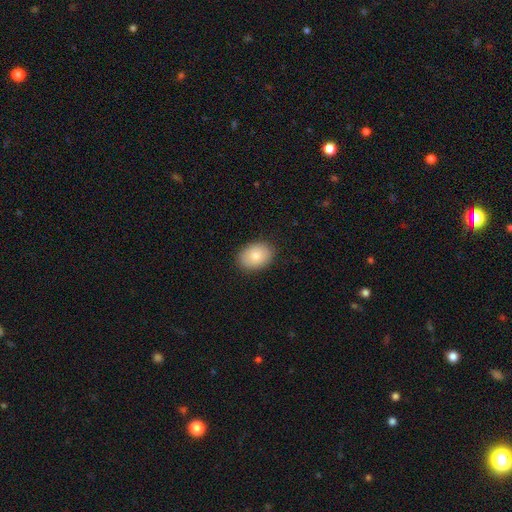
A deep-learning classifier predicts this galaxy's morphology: Smooth or featured?
  - smooth: 82% *
  - featured or disk: 11%
  - star or artifact: 7%
How rounded?
  - in between: 76% *
  - round: 23%
  - cigar-shaped: 1%
Merging?
  - none: 89% *
  - minor disturbance: 9%
  - major disturbance: 2%
  - merger: 1%